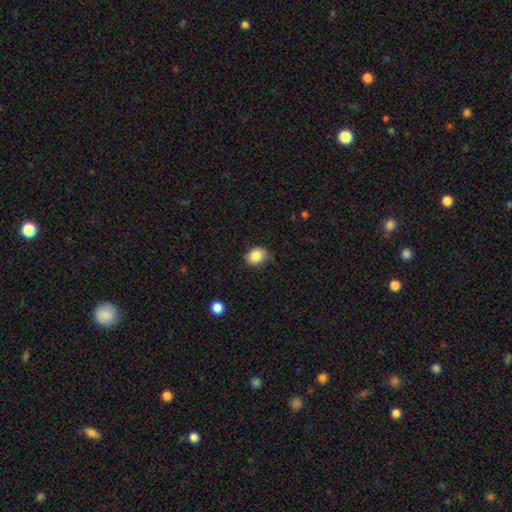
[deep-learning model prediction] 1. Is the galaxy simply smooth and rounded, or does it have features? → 86% smooth, 9% star or artifact, 6% featured or disk.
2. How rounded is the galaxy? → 54% in between, 45% round, 1% cigar-shaped.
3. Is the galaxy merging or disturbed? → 79% none, 17% minor disturbance, 3% major disturbance, 1% merger.